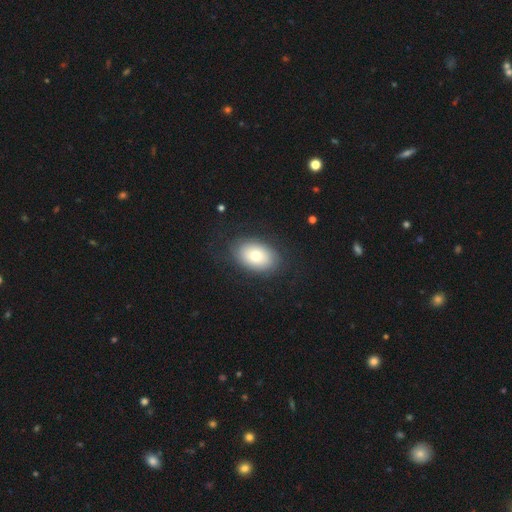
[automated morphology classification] smooth_or_featured: smooth (p=0.70) [alt: featured or disk p=0.22]
how_rounded: in between (p=0.83) [alt: round p=0.16]
merging: none (p=0.81) [alt: minor disturbance p=0.12]